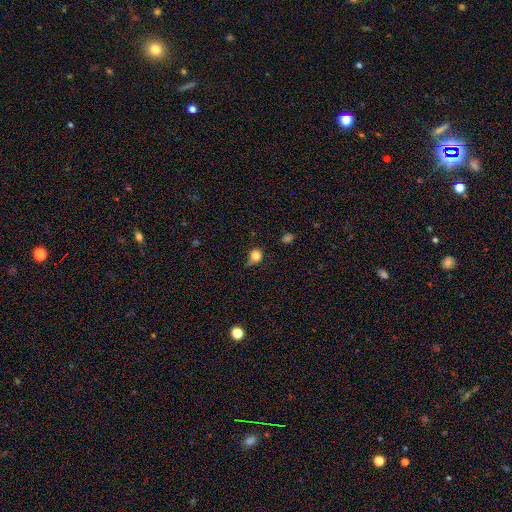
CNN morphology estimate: smooth_or_featured: smooth (p=0.80) [alt: star or artifact p=0.11]
how_rounded: round (p=0.80) [alt: in between p=0.19]
merging: none (p=0.49) [alt: minor disturbance p=0.34]